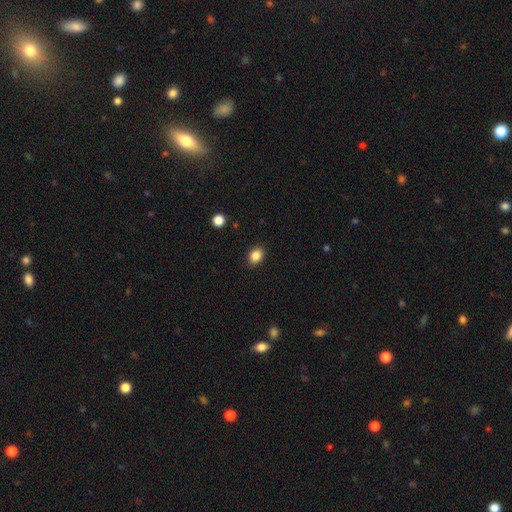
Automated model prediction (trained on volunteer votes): Smooth or featured? smooth (86%)
How rounded? in between (60%)
Merging? none (89%)